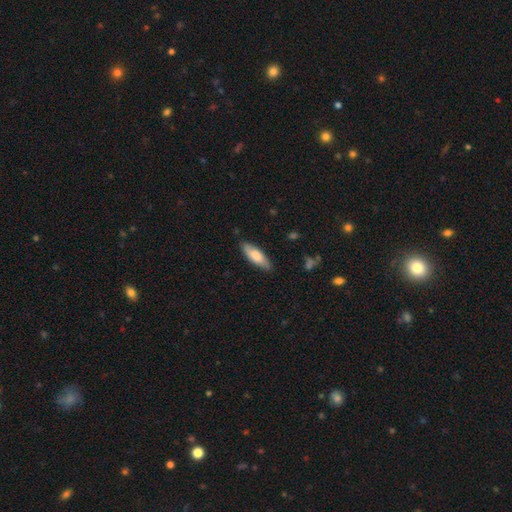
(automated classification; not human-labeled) Smooth or featured? Predicted: smooth (p=0.74). How rounded? Predicted: in between (p=0.56). Merging? Predicted: none (p=0.84).